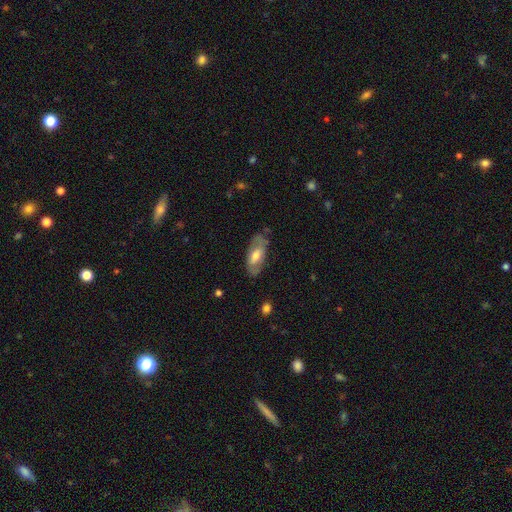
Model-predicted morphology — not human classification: This appears to be a featured or disk galaxy (47%, tied with smooth). Merging: none (73%).